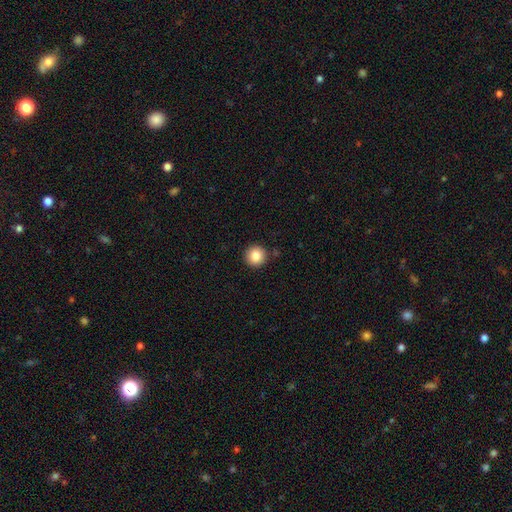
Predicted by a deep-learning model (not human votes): Smooth or featured? smooth (86%)
How rounded? round (95%)
Merging? none (90%)